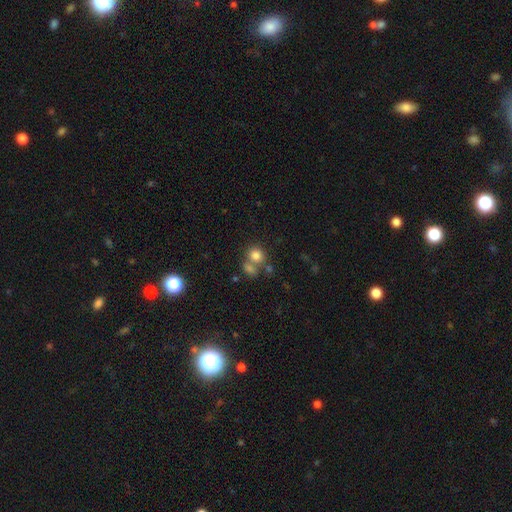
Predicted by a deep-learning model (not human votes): Q: Smooth or featured?
A: smooth (78%); runner-up: star or artifact (13%)
Q: How rounded?
A: round (76%); runner-up: in between (23%)
Q: Merging?
A: none (50%); runner-up: merger (36%)